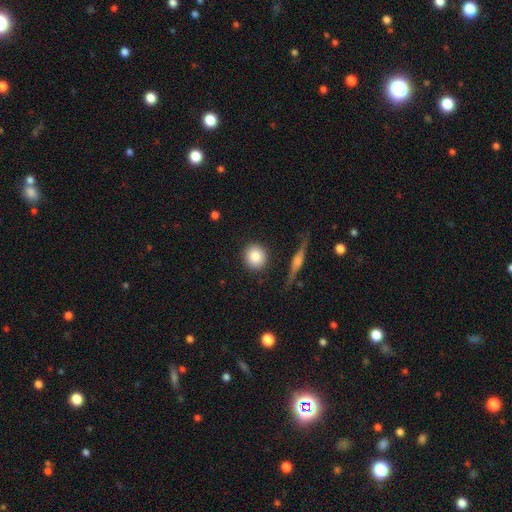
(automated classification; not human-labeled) smooth 85%, featured or disk 8%, star or artifact 7%. Down the decision tree: how rounded — round (88%); merging — none (88%).